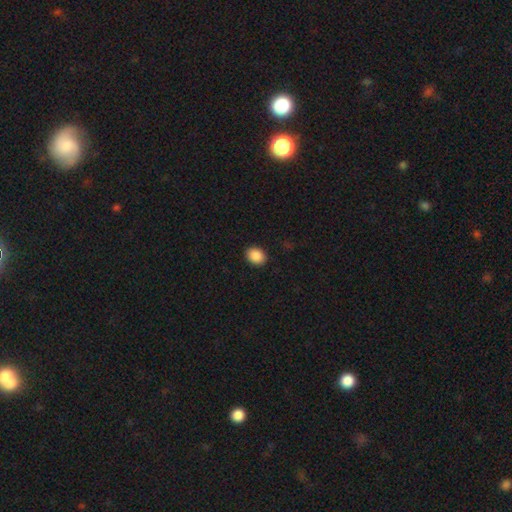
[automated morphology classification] Smooth or featured: smooth — 89% (star or artifact — 8%)
How rounded: in between — 59% (round — 40%)
Merging: none — 91% (minor disturbance — 7%)